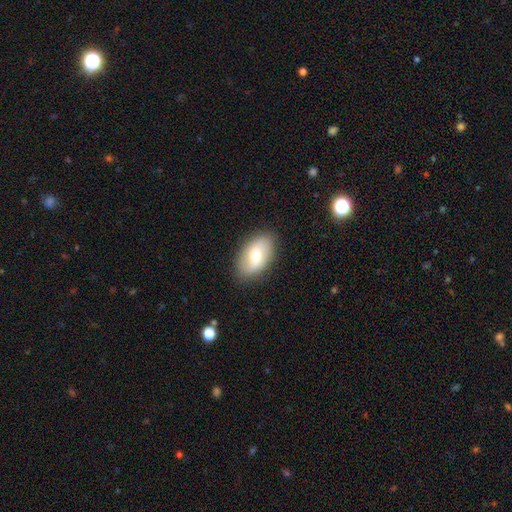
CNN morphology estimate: Smooth or featured?
  - smooth: 63% *
  - featured or disk: 30%
  - star or artifact: 7%
How rounded?
  - in between: 92% *
  - round: 7%
  - cigar-shaped: 2%
Merging?
  - none: 85% *
  - minor disturbance: 11%
  - major disturbance: 3%
  - merger: 1%